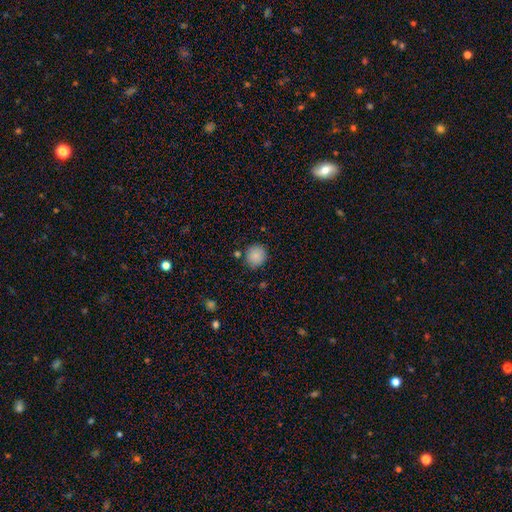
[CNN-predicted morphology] smooth_or_featured: smooth (p=0.87) [alt: star or artifact p=0.08]
how_rounded: round (p=0.87) [alt: in between p=0.12]
merging: none (p=0.84) [alt: minor disturbance p=0.10]